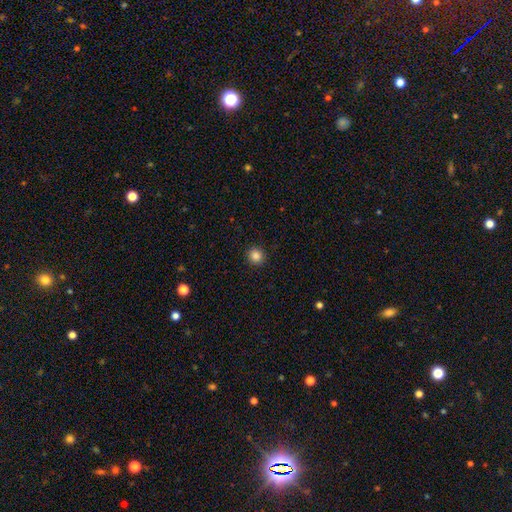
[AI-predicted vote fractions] Overall: smooth (85%). How rounded: round (91%). Merging: none (92%).